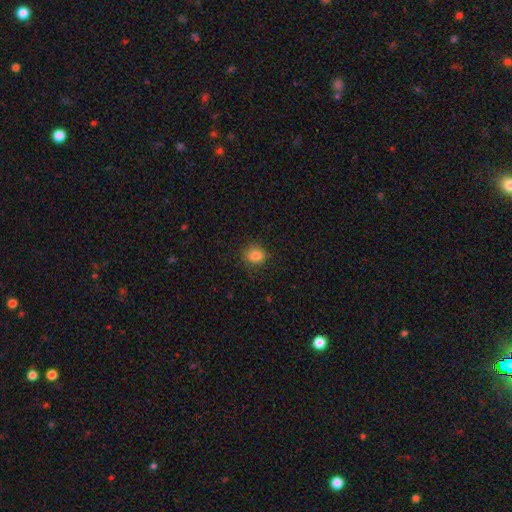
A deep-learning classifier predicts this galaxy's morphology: A smooth galaxy with no disk features (84%) that is round (72%). Merging: none (84%).